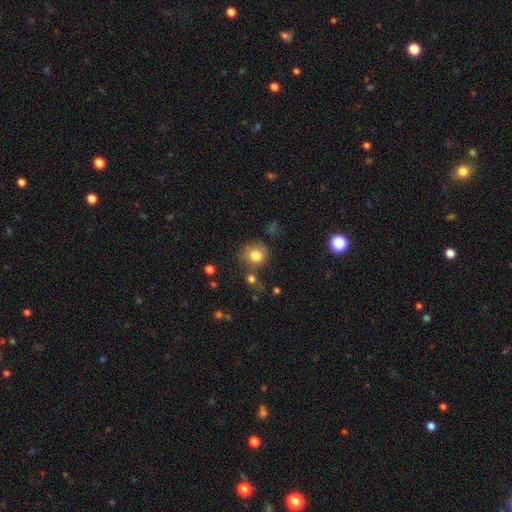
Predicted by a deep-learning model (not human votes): smooth 80%, star or artifact 11%, featured or disk 9%. Down the decision tree: how rounded — round (82%); merging — none (66%).